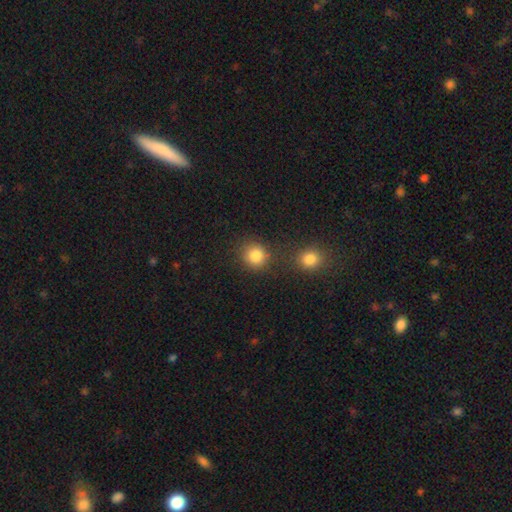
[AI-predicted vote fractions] smooth 84%, star or artifact 11%, featured or disk 5%. Down the decision tree: how rounded — round (86%); merging — none (72%).